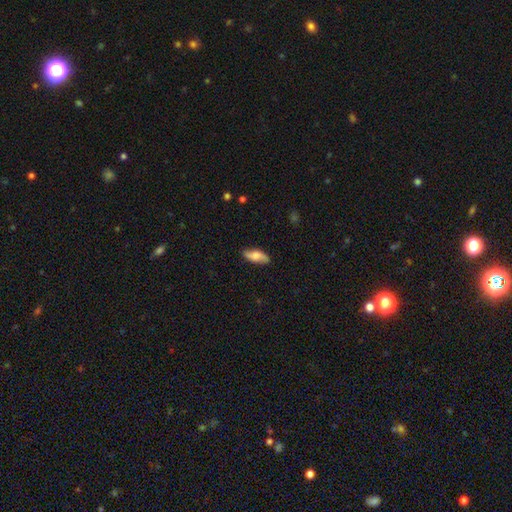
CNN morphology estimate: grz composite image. It shows a smooth galaxy with no disk features (59%) that is in between round and cigar-shaped (76%). Merging: none (82%).